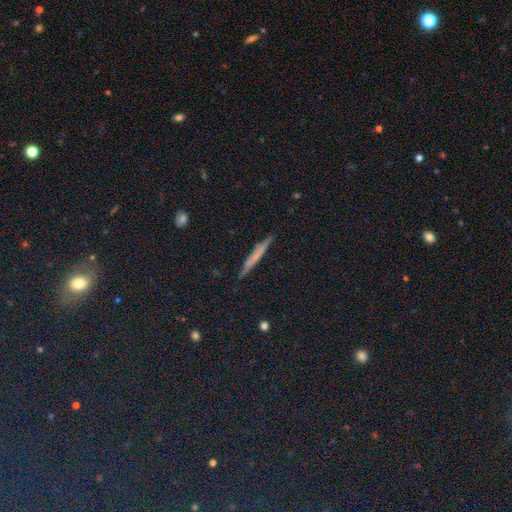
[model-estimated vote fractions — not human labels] Smooth or featured: smooth — 51% (featured or disk — 33%)
How rounded: cigar-shaped — 93% (in between — 4%)
Merging: none — 89% (minor disturbance — 8%)